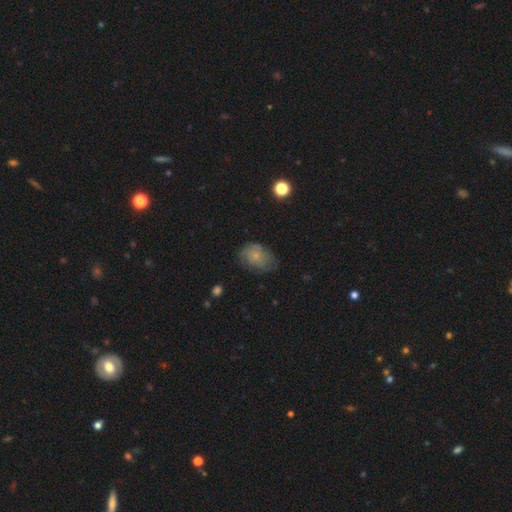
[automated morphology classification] Smooth or featured: smooth — 64% (featured or disk — 26%)
How rounded: in between — 71% (round — 28%)
Merging: none — 53% (minor disturbance — 32%)